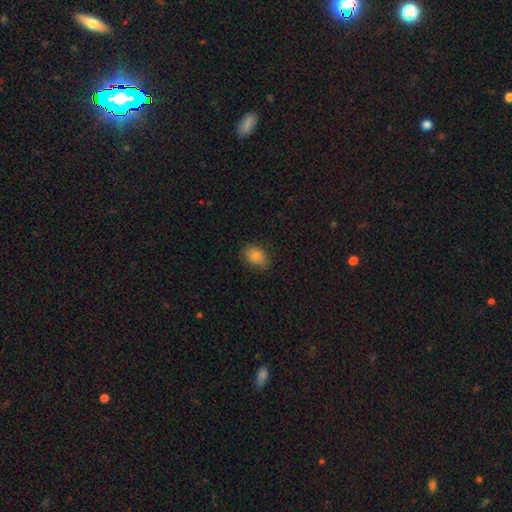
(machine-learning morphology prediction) This is clearly a smooth galaxy (81%). How rounded: likely in between (75%). Merging: clearly none (81%).